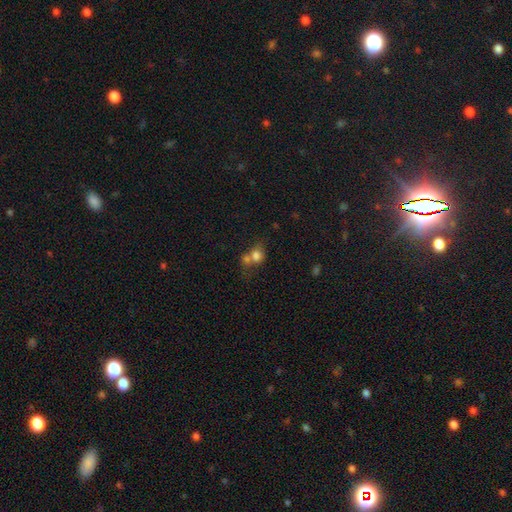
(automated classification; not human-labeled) Smooth or featured? smooth (77%)
How rounded? round (69%)
Merging? merger (55%)